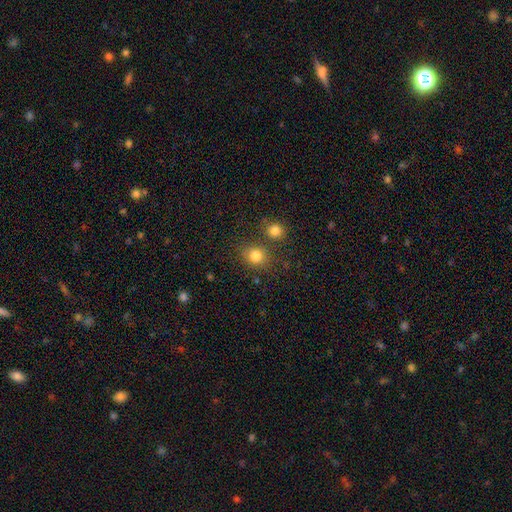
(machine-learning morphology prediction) type=smooth (81%); roundness=round (73%); merging=none (69%).